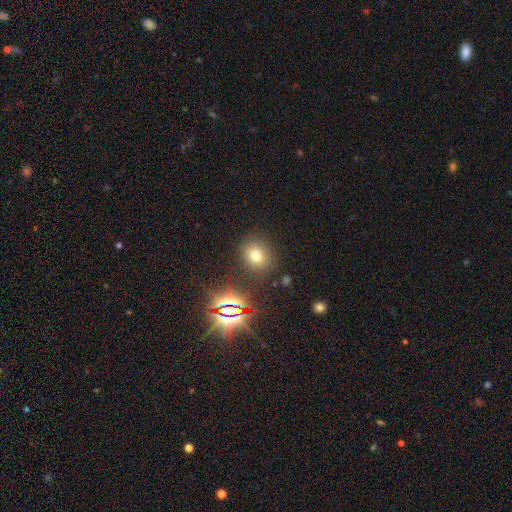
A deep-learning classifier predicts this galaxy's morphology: A smooth galaxy with no disk features (68%) that is round (66%). Merging: none (84%).